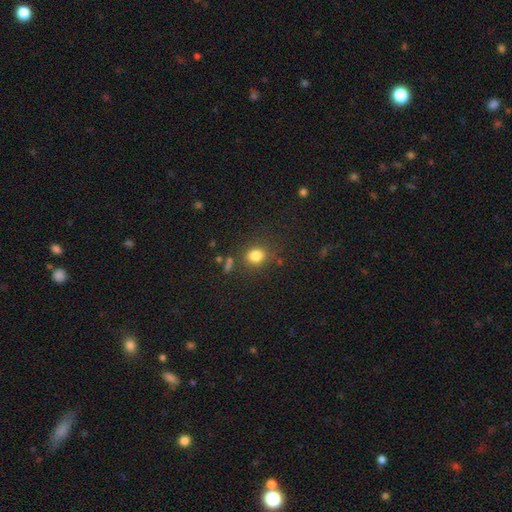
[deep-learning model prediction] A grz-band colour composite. It shows a smooth galaxy with no disk features (81%) that is round (70%). Merging: none (78%).